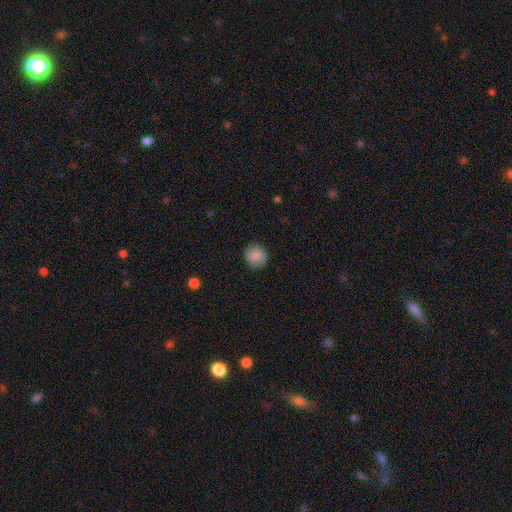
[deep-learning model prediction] This appears to be a smooth galaxy with no disk features (85%) that is round (87%). Merging: none (88%).